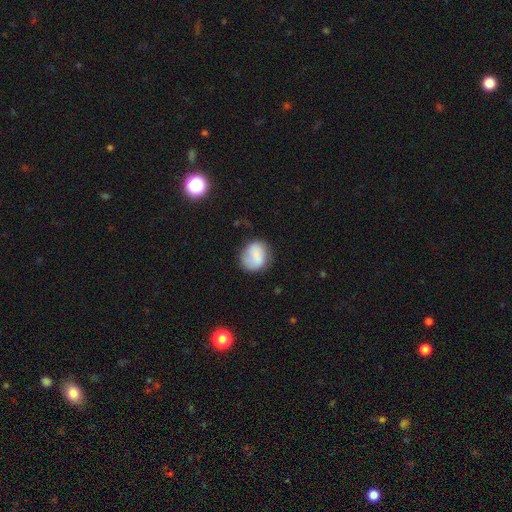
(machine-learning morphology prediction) type=smooth (76%); roundness=round (71%); merging=none (63%).